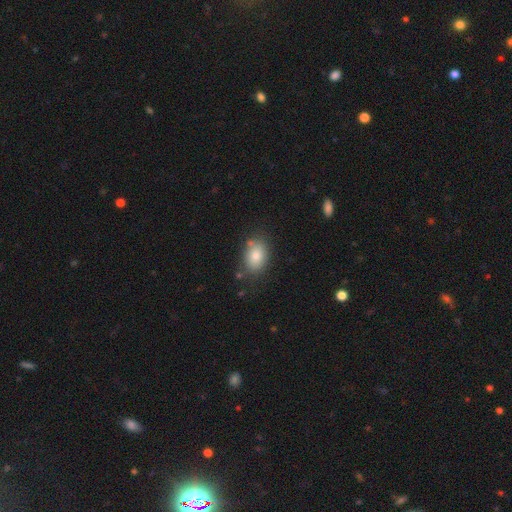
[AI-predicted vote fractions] Smooth or featured: smooth — 82% (featured or disk — 10%)
How rounded: in between — 83% (round — 16%)
Merging: none — 73% (minor disturbance — 17%)